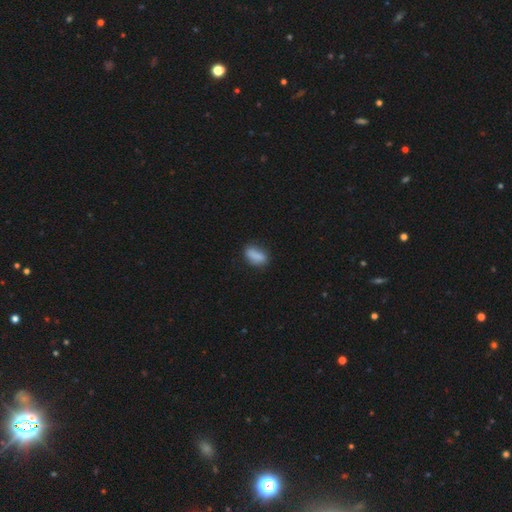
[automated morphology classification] Smooth or featured? smooth (83%)
How rounded? in between (79%)
Merging? none (71%)